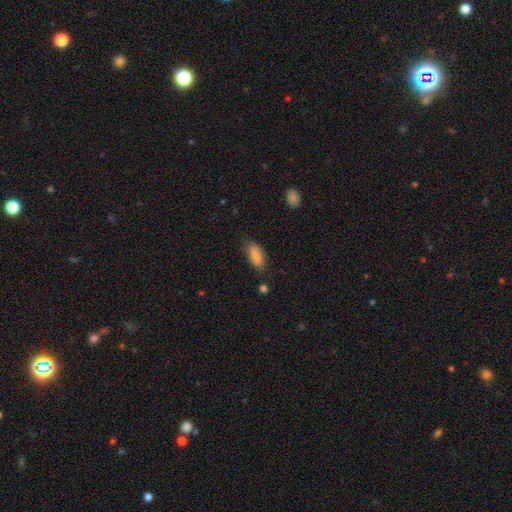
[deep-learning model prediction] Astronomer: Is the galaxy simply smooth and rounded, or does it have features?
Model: smooth — 81%.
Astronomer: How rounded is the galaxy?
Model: in between — 89%.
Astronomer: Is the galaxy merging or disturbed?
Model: none — 67%.